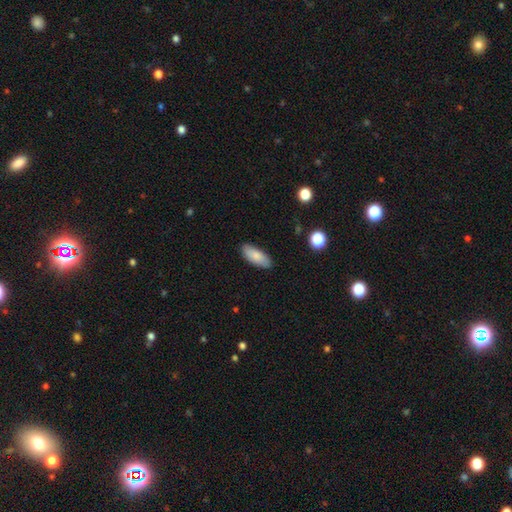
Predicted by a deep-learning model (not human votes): Smooth or featured? smooth (82%)
How rounded? in between (81%)
Merging? none (87%)